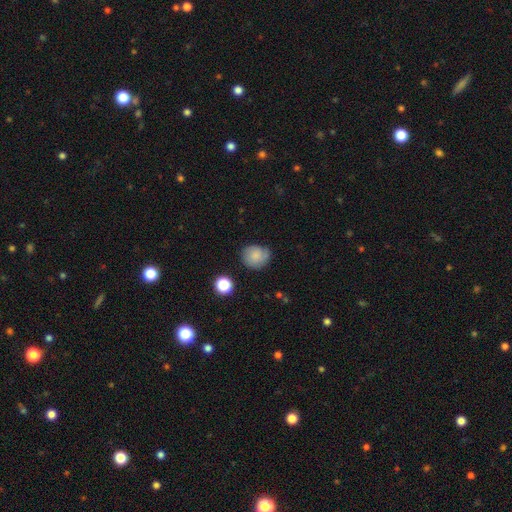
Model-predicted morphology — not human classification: Smooth or featured? Predicted: smooth (p=0.72). How rounded? Predicted: round (p=0.73). Merging? Predicted: none (p=0.67).